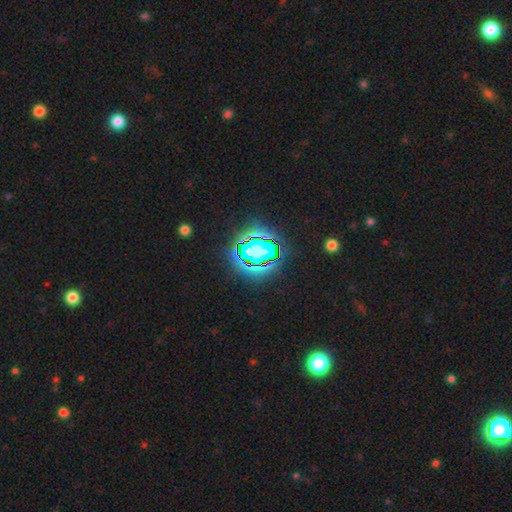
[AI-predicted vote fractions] Smooth or featured?
  - star or artifact: 80% *
  - smooth: 12%
  - featured or disk: 8%